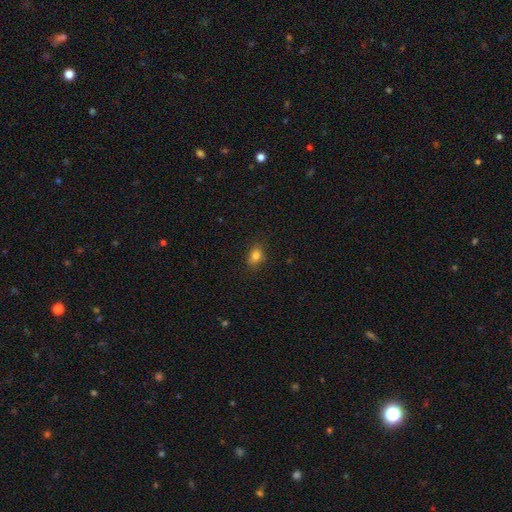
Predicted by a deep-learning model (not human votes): The model was most divided on "how rounded": in between: 65%, round: 34%, cigar-shaped: 2%. More confident: smooth or featured — smooth (82%); merging — none (80%).